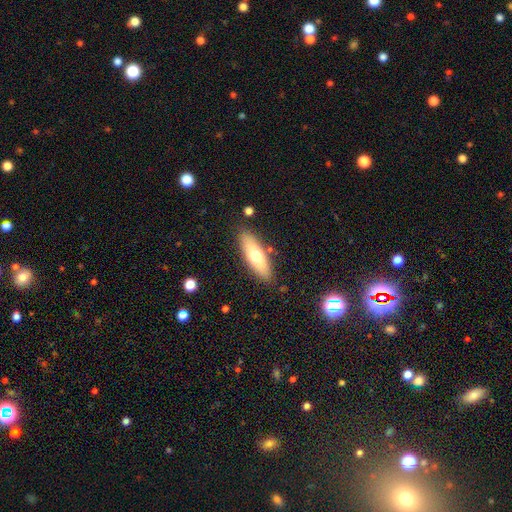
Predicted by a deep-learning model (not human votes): Morphology: type=smooth (65%); roundness=in between (56%); merging=none (84%).